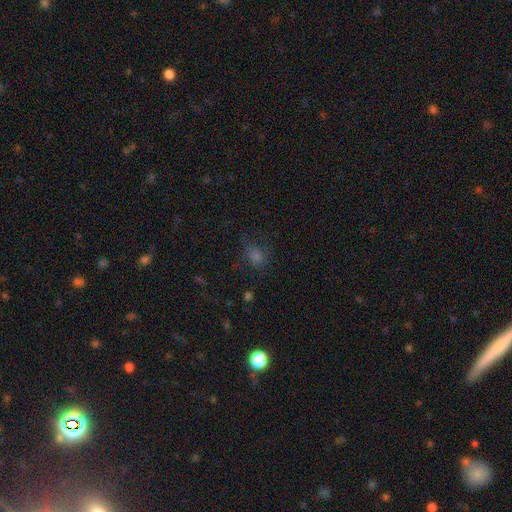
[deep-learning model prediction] A smooth galaxy with no disk features (60%) that is round (63%). Merging: none (67%).